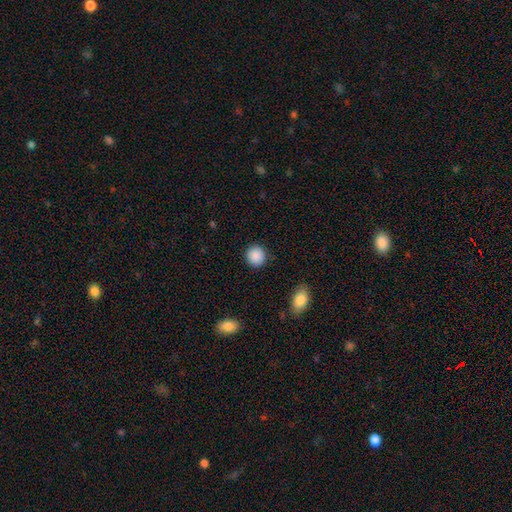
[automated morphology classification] Smooth or featured? Predicted: smooth (p=0.89). How rounded? Predicted: round (p=0.90). Merging? Predicted: none (p=0.90).